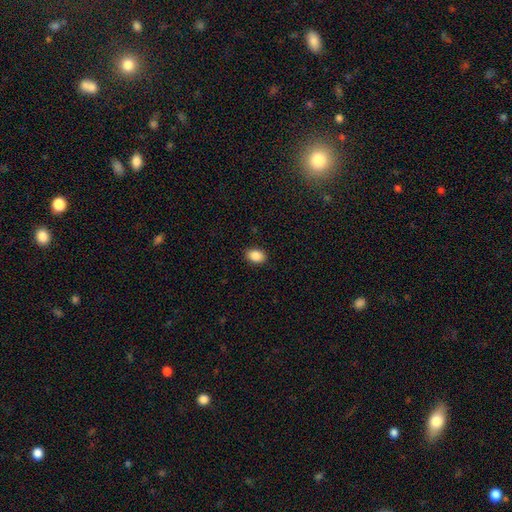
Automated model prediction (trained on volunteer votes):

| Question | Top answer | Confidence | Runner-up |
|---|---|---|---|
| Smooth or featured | smooth | 88% | star or artifact (8%) |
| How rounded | in between | 83% | round (16%) |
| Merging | none | 89% | minor disturbance (8%) |